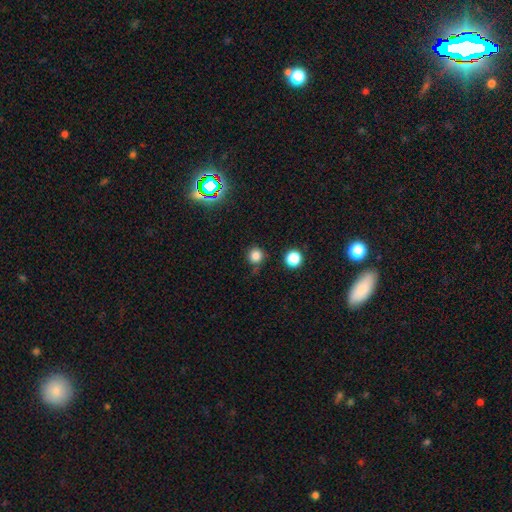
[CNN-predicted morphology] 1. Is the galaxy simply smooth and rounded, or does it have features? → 80% smooth, 16% star or artifact, 4% featured or disk.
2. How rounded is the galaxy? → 94% round, 5% in between, 1% cigar-shaped.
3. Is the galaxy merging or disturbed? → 79% none, 13% minor disturbance, 4% major disturbance, 4% merger.